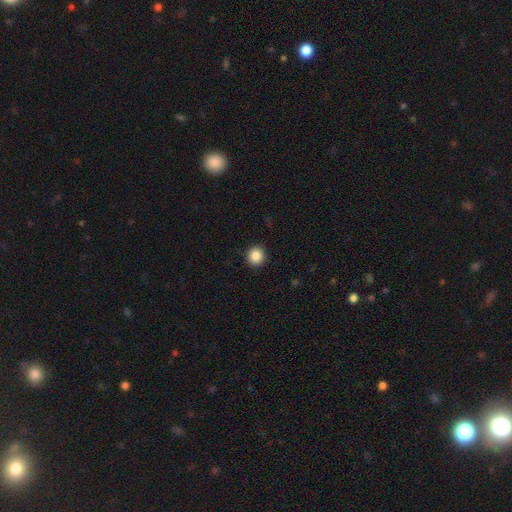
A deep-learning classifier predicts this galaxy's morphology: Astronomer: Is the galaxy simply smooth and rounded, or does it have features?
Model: smooth — 87%.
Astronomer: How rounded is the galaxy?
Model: round — 94%.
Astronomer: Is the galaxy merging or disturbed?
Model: none — 92%.